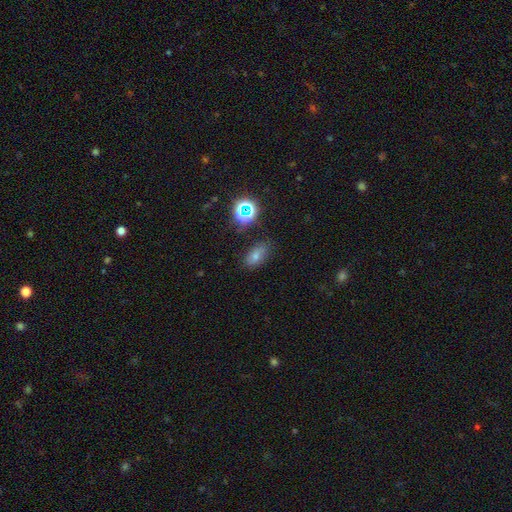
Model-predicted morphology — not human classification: A smooth galaxy with no disk features (53%) that is in between round and cigar-shaped (81%). Merging: none (80%).